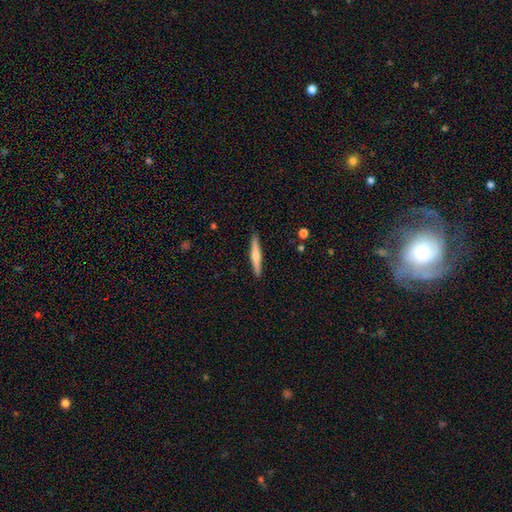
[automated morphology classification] type=smooth (53%); roundness=cigar-shaped (93%); merging=none (91%).